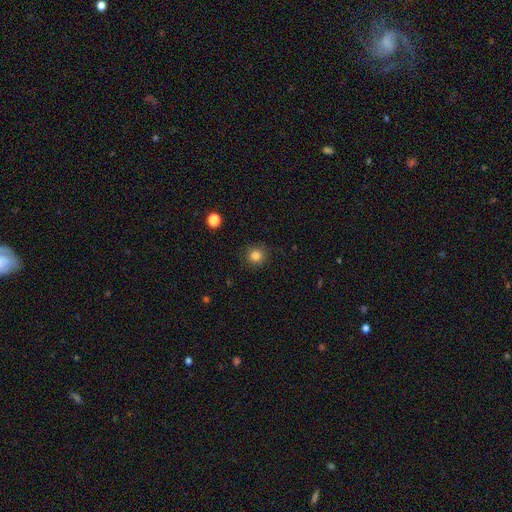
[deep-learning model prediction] Overall: smooth (83%). How rounded: round (92%). Merging: none (88%).